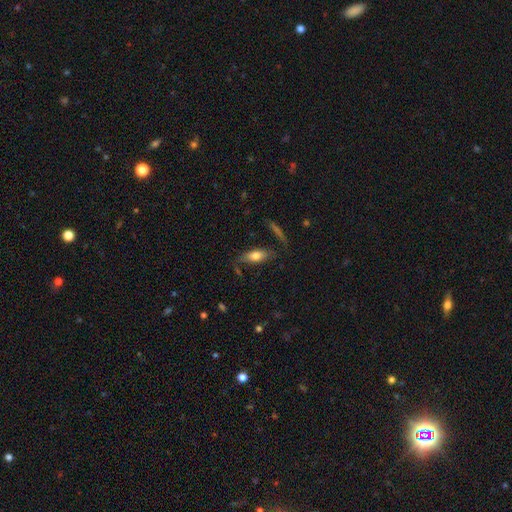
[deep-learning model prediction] A smooth galaxy with no disk features (67%) that is in between round and cigar-shaped (66%). Merging: none (71%).